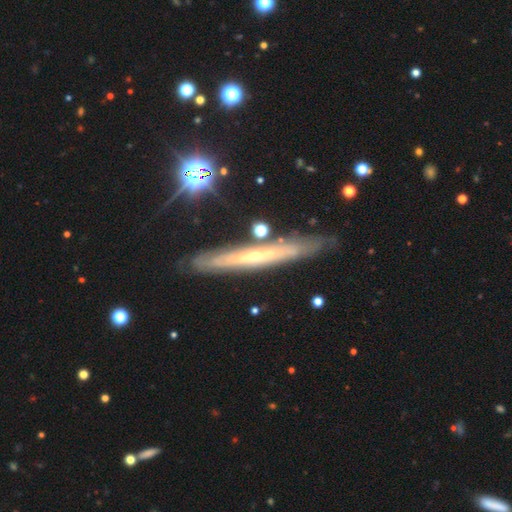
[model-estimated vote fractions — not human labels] This is likely a featured or disk galaxy (71%). It is clearly viewed edge-on (82%). Edge-on bulge: possibly rounded (53%). Merging: clearly none (83%).